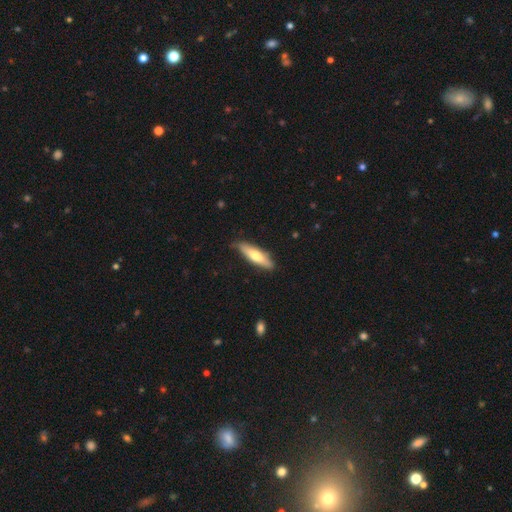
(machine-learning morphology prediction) A smooth galaxy with no disk features (60%) that is cigar-shaped (64%).

Vote fractions:
- Smooth or featured? smooth: 60% / featured or disk: 35% / star or artifact: 5%
- How rounded? cigar-shaped: 64% / in between: 34% / round: 2%
- Merging? none: 79% / minor disturbance: 17% / major disturbance: 3% / merger: 1%